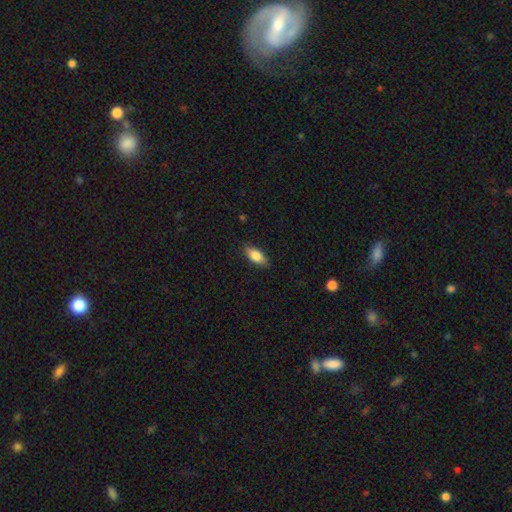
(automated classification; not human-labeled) This appears to be a smooth galaxy with no disk features (84%) that is in between round and cigar-shaped (87%). Merging: none (87%).